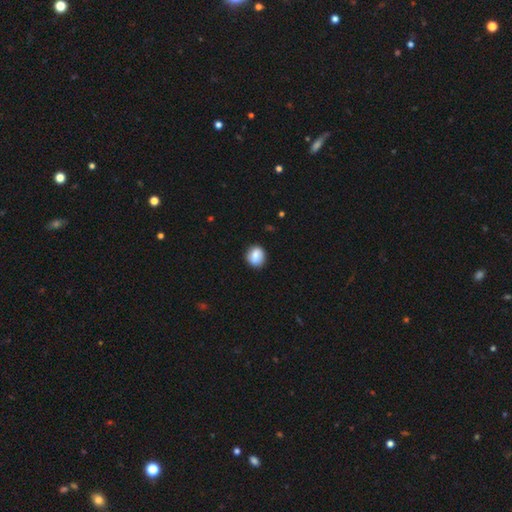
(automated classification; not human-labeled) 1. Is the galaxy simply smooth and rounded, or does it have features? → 77% smooth, 16% featured or disk, 8% star or artifact.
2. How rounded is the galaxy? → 71% round, 28% in between, 1% cigar-shaped.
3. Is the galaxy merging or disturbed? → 85% none, 11% minor disturbance, 3% major disturbance, 1% merger.